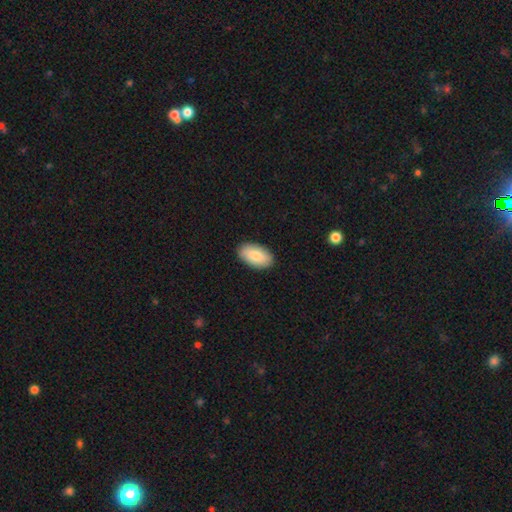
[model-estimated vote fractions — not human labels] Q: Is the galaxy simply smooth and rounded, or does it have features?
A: smooth — 83%.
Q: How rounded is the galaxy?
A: in between — 95%.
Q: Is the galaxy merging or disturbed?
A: none — 89%.